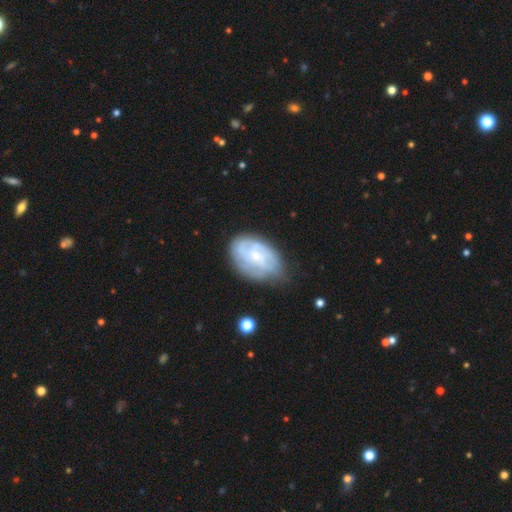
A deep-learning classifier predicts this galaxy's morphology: The model was most divided on "spiral winding": tight: 61%, medium: 30%, loose: 10%. More confident: edge-on disk — no (97%); spiral arms — yes (82%); bar — no (73%); bulge size — small (71%); smooth or featured — featured or disk (69%); merging — none (64%); spiral arm count — can't tell (50%).